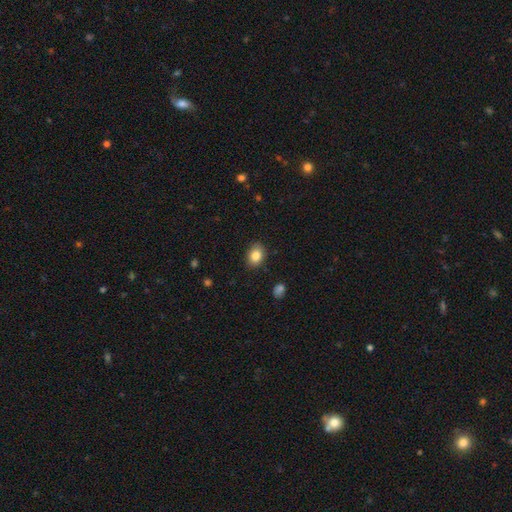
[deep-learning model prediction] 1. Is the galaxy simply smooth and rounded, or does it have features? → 84% smooth, 8% star or artifact, 7% featured or disk.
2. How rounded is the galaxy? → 72% in between, 27% round, 1% cigar-shaped.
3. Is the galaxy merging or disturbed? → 86% none, 10% minor disturbance, 2% major disturbance, 1% merger.